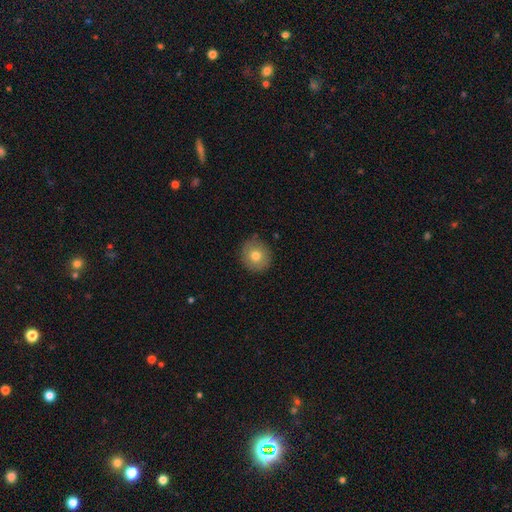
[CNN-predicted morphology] smooth_or_featured: smooth (p=0.75) [alt: featured or disk p=0.15]
how_rounded: round (p=0.88) [alt: in between p=0.11]
merging: none (p=0.86) [alt: minor disturbance p=0.11]